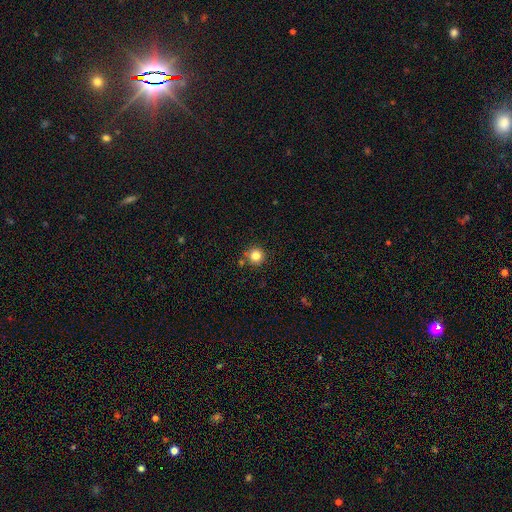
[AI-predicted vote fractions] smooth_or_featured: smooth (p=0.83) [alt: star or artifact p=0.12]
how_rounded: round (p=0.95) [alt: in between p=0.04]
merging: none (p=0.84) [alt: minor disturbance p=0.08]